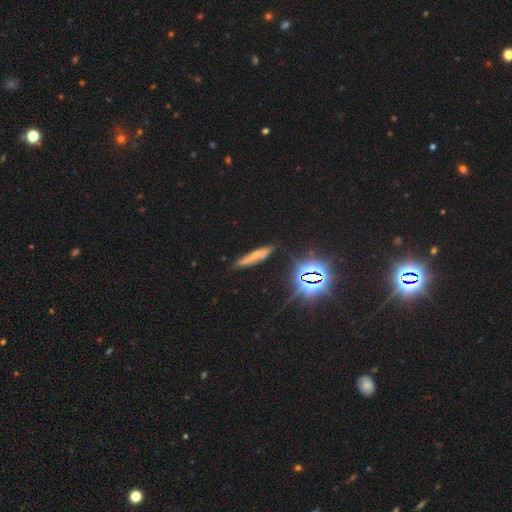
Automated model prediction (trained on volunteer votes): Smooth or featured: smooth — 50% (featured or disk — 27%)
Merging: none — 76% (minor disturbance — 17%)